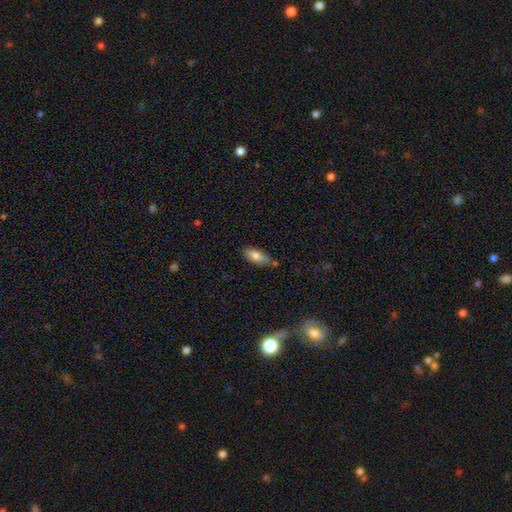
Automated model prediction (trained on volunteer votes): Overall: smooth (77%). How rounded: in between (86%). Merging: none (69%).